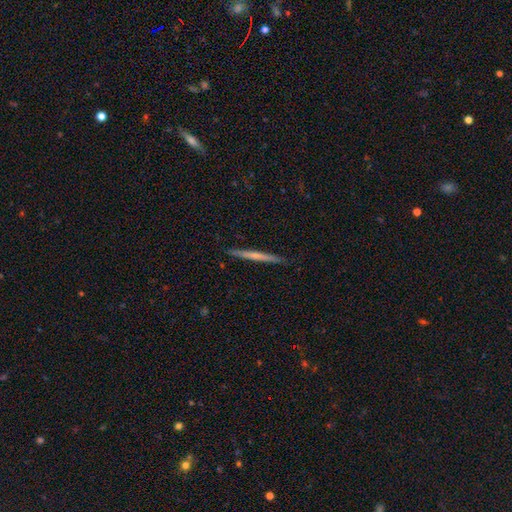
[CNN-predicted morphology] The model was most divided on "smooth or featured": featured or disk: 51%, smooth: 44%, star or artifact: 6%. More confident: edge-on disk — yes (98%); merging — none (91%).